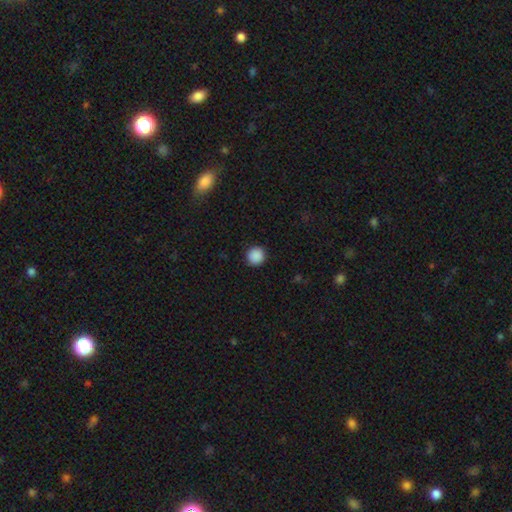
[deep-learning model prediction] Smooth or featured? smooth (88%)
How rounded? round (95%)
Merging? none (92%)